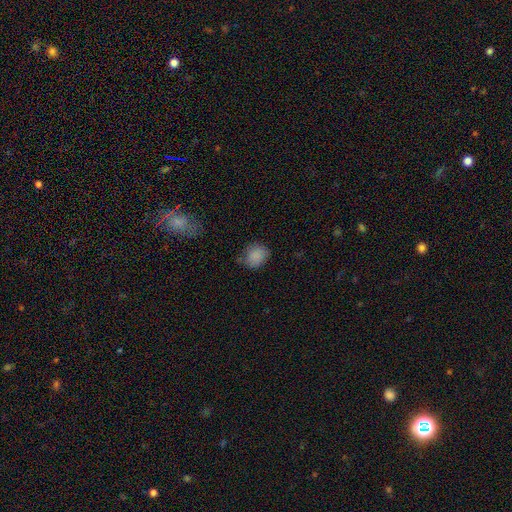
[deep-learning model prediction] Smooth or featured? Predicted: smooth (p=0.85). How rounded? Predicted: round (p=0.66). Merging? Predicted: none (p=0.66).